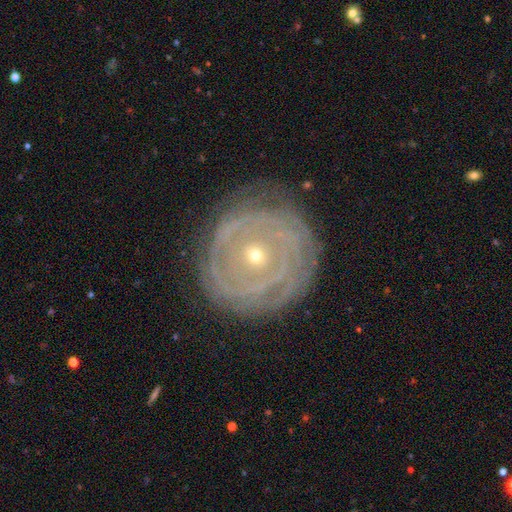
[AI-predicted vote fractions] Smooth or featured? featured or disk (82%)
Edge-on disk? no (96%)
Bar? no (78%)
Spiral arms? yes (88%)
Spiral winding? tight (86%)
Spiral arm count? can't tell (39%)
Bulge size? small (74%)
Merging? none (76%)